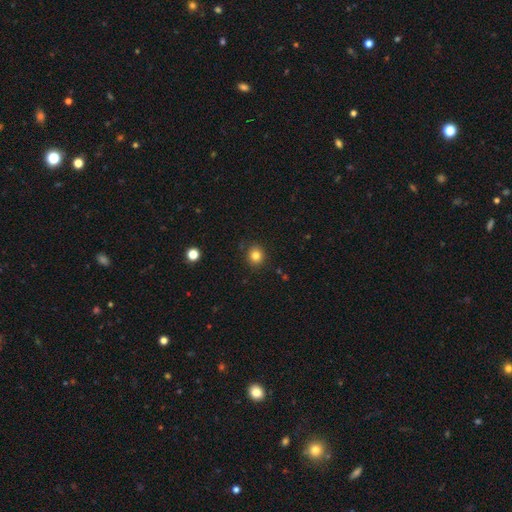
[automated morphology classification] A smooth galaxy with no disk features (82%) that is round (84%). Merging: none (88%).